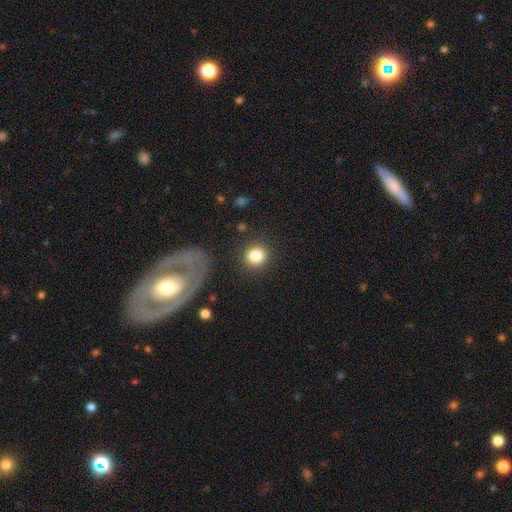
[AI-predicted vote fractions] A smooth galaxy with no disk features (85%) that is round (88%). Merging: none (86%).